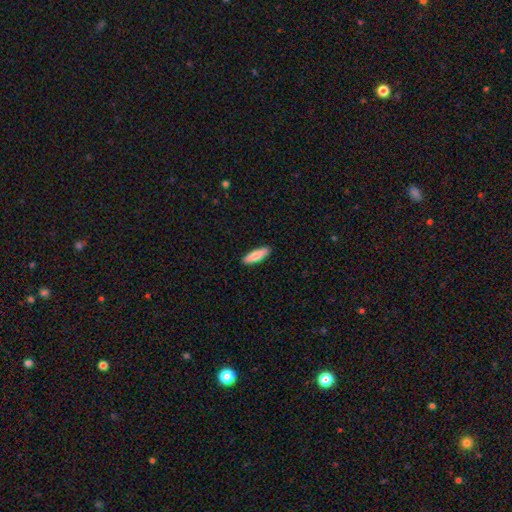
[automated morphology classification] type=smooth (84%); roundness=cigar-shaped (62%); merging=none (91%).